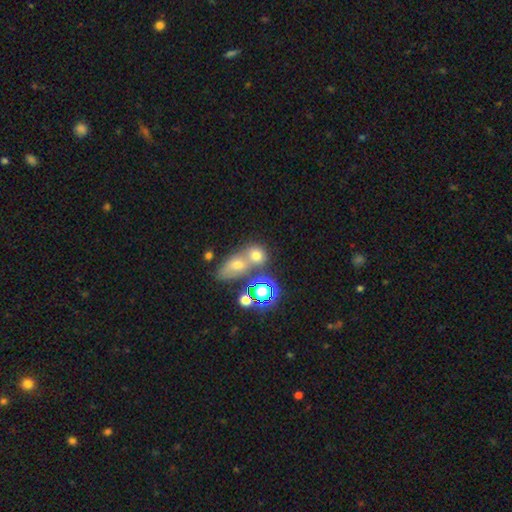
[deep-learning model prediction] Smooth or featured? Predicted: smooth (p=0.64). How rounded? Predicted: round (p=0.58). Merging? Predicted: merger (p=0.45).